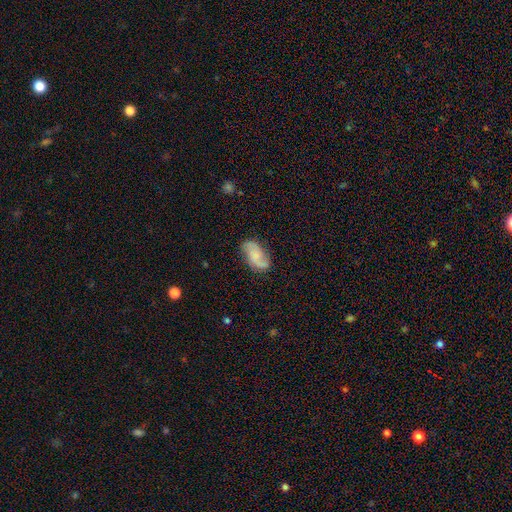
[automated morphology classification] Smooth or featured? featured or disk (68%)
Edge-on disk? no (97%)
Bar? no (58%)
Spiral arms? yes (94%)
Spiral winding? loose (52%)
Spiral arm count? 2 (89%)
Bulge size? none (44%)
Merging? none (75%)